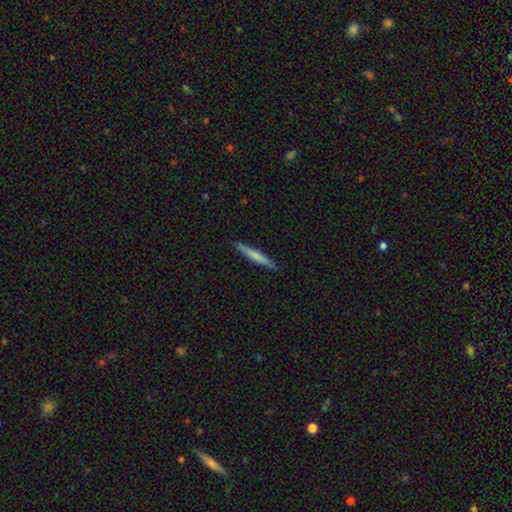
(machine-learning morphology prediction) A smooth galaxy with no disk features (64%) that is cigar-shaped (96%). Merging: none (90%).